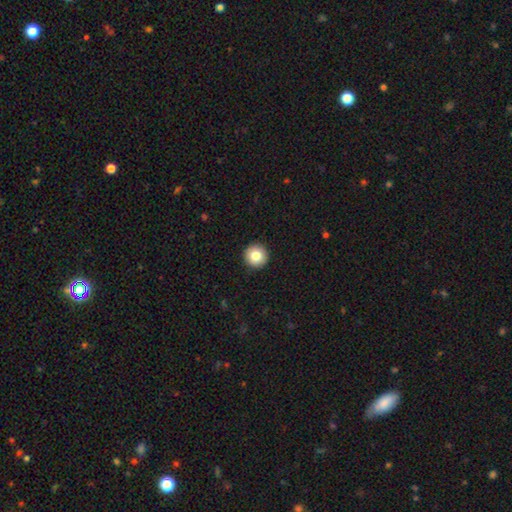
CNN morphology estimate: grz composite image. It shows a smooth galaxy with no disk features (82%) that is round (96%). Merging: none (93%).